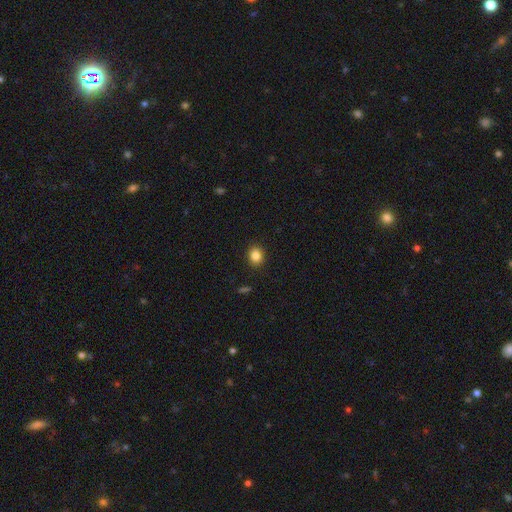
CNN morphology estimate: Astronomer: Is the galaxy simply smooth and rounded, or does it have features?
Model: smooth — 85%.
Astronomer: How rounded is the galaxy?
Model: round — 66%.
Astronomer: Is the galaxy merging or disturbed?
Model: none — 91%.